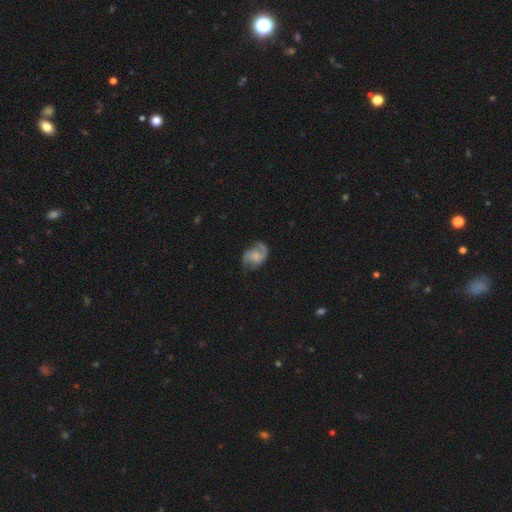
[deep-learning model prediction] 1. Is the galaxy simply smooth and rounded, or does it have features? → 83% featured or disk, 11% smooth, 6% star or artifact.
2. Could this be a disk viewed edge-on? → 98% no, 2% yes.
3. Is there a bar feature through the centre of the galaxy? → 60% no, 33% weak, 6% strong.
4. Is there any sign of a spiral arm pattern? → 96% yes, 4% no.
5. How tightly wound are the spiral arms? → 52% medium, 29% loose, 19% tight.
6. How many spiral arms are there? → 86% 2, 4% can't tell, 4% 3, 3% 1, 1% 4, 1% more than 4.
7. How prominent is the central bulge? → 47% small, 28% moderate, 20% none, 4% large, 1% dominant.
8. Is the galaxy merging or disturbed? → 67% none, 20% minor disturbance, 11% major disturbance, 2% merger.